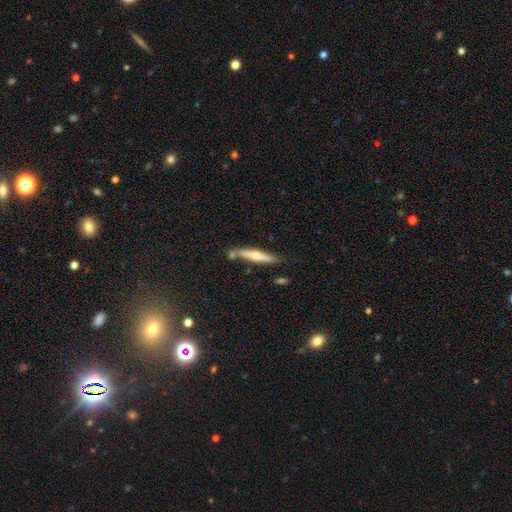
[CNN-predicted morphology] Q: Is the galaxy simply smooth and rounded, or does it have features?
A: featured or disk — 49%.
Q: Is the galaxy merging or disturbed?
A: none — 70%.